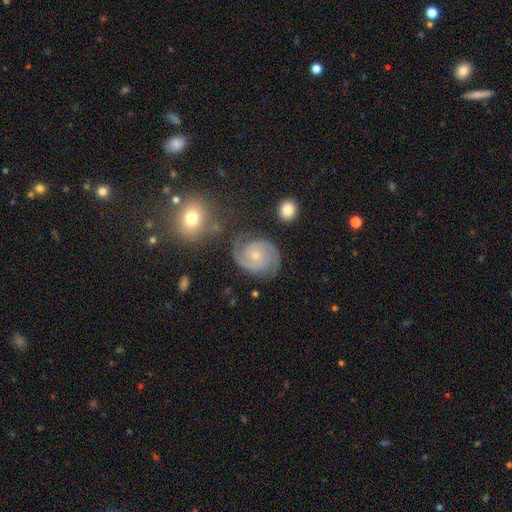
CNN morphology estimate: smooth-or-featured: featured or disk: 87% | smooth: 7% | star or artifact: 6%
  disk-edge-on: no: 98% | yes: 2%
    bar: no: 75% | weak: 21% | strong: 4%
    has-spiral-arms: yes: 98% | no: 2%
      spiral-winding: tight: 58% | medium: 36% | loose: 7%
      spiral-arm-count: 2: 62% | 3: 18% | can't tell: 9% | 4: 4% | 1: 3% | more than 4: 3%
    bulge-size: small: 69% | moderate: 27% | none: 1% | large: 1% | dominant: 1%
  merging: none: 74% | minor disturbance: 16% | major disturbance: 6% | merger: 3%